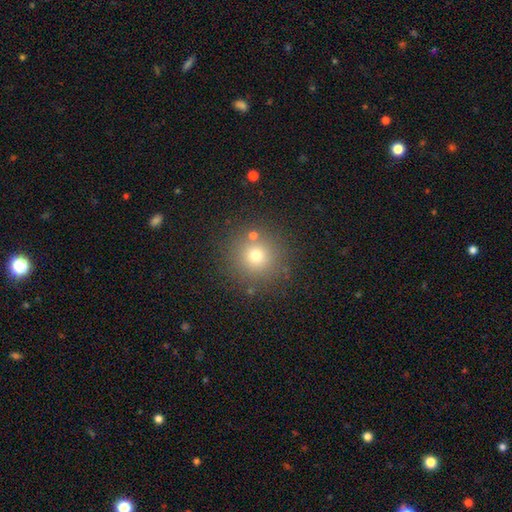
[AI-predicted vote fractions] Smooth or featured?
  - smooth: 69% *
  - star or artifact: 19%
  - featured or disk: 11%
How rounded?
  - round: 95% *
  - in between: 5%
  - cigar-shaped: 1%
Merging?
  - none: 83% *
  - minor disturbance: 8%
  - merger: 6%
  - major disturbance: 4%